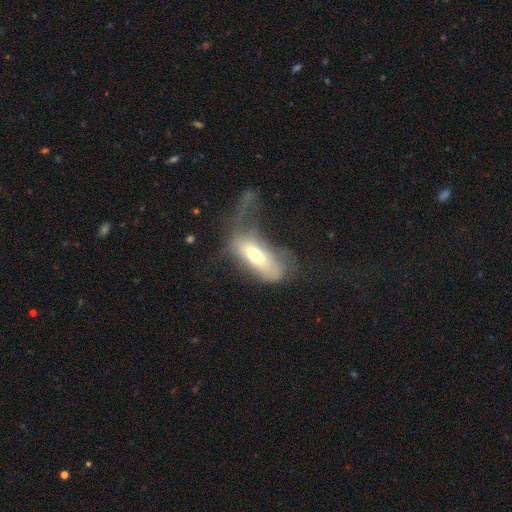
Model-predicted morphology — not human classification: Overall: smooth (57%; featured or disk 36%). How rounded: in between (76%). Merging: major disturbance (54%; none 20%).